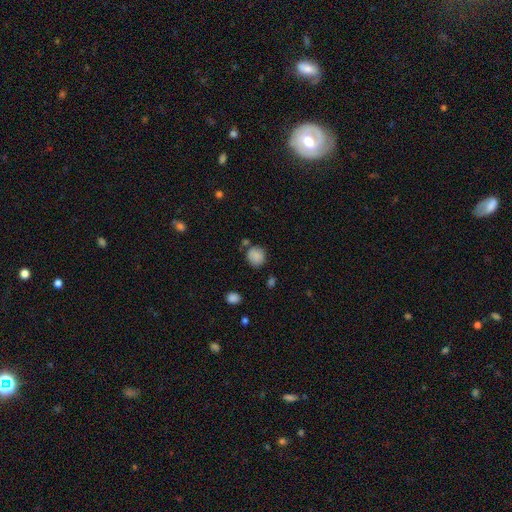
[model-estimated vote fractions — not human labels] Morphology: type=smooth (85%); roundness=round (83%); merging=none (70%).